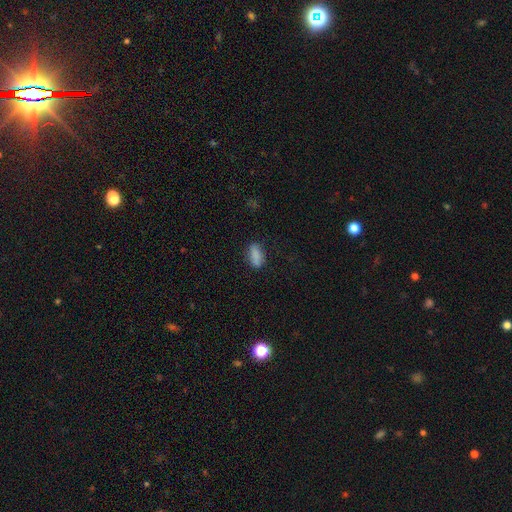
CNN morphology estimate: smooth 84%, star or artifact 8%, featured or disk 7%. Down the decision tree: how rounded — in between (82%); merging — none (78%).